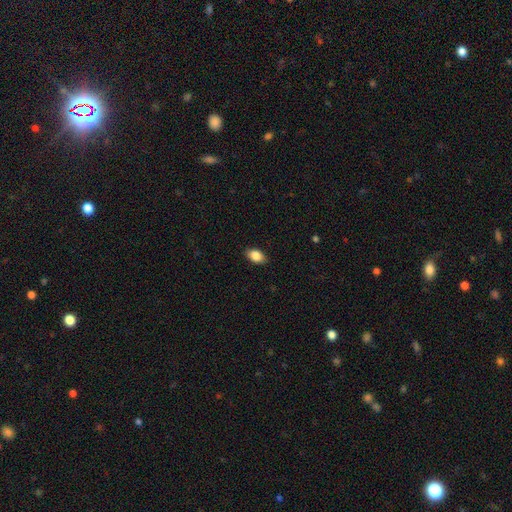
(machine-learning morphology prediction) This is clearly a smooth galaxy (86%). How rounded: clearly in between (90%). Merging: clearly none (88%).